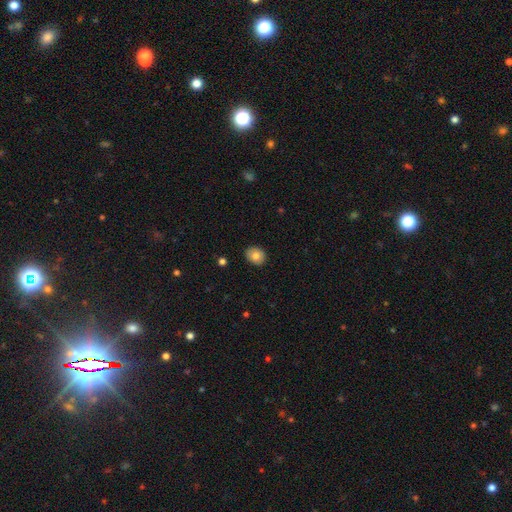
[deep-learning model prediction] Overall: smooth (79%). How rounded: round (60%; in between 39%). Merging: none (89%).